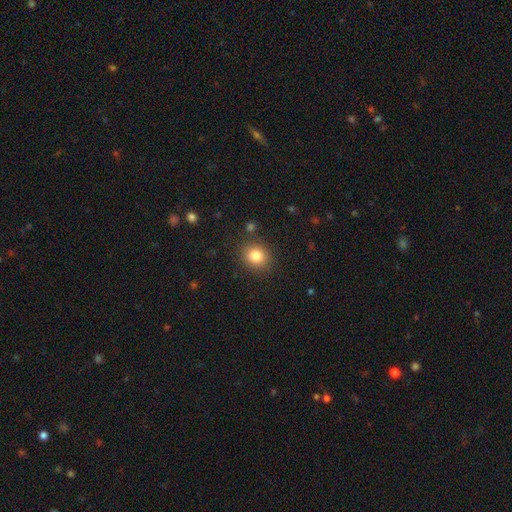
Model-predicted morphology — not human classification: A smooth galaxy with no disk features (83%) that is round (72%).

Vote fractions:
- Smooth or featured? smooth: 83% / star or artifact: 11% / featured or disk: 6%
- How rounded? round: 72% / in between: 27% / cigar-shaped: 1%
- Merging? none: 86% / minor disturbance: 9% / major disturbance: 3% / merger: 2%